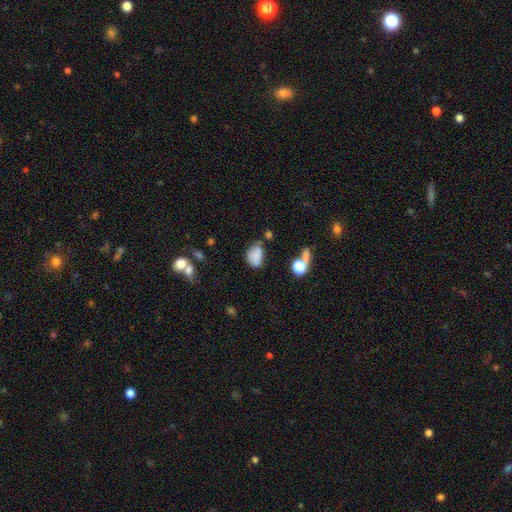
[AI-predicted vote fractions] This is likely a smooth galaxy (77%). How rounded: likely in between (79%). Merging: possibly none (47%).